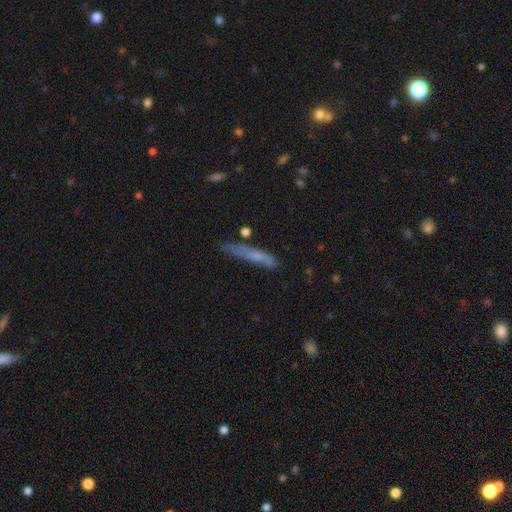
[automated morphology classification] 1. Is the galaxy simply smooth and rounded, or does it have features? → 58% smooth, 33% featured or disk, 9% star or artifact.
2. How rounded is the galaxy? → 91% cigar-shaped, 7% in between, 2% round.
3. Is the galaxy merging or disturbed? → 61% none, 25% minor disturbance, 9% major disturbance, 6% merger.